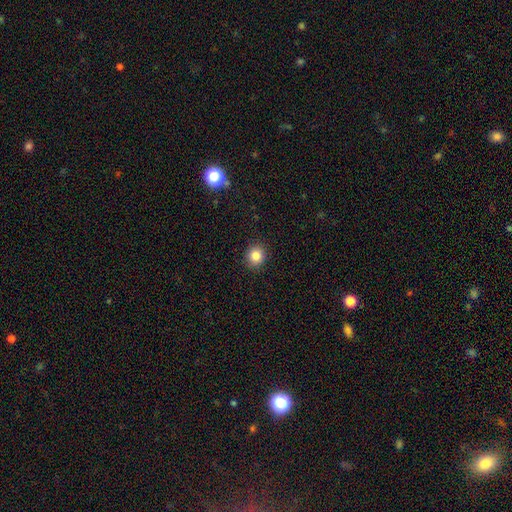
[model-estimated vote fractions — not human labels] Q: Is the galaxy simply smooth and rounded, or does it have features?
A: smooth — 84%.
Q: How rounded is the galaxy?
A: round — 85%.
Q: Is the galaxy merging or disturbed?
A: none — 91%.